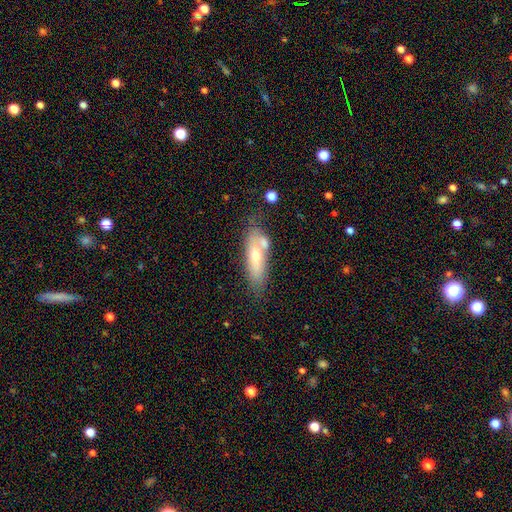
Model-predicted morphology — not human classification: type=smooth (55%); roundness=cigar-shaped (49%); merging=none (57%).